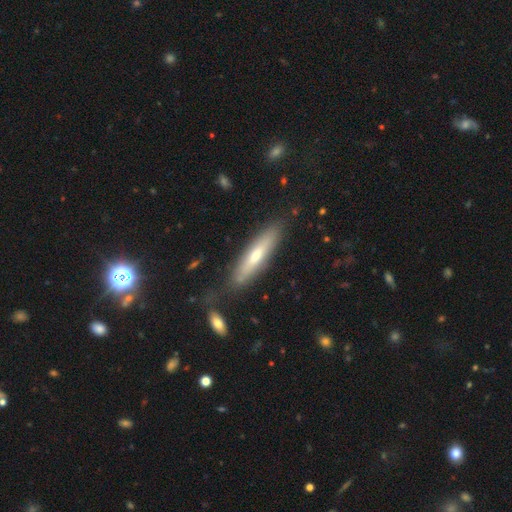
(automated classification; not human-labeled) The model was most divided on "smooth or featured": featured or disk: 47%, smooth: 45%, star or artifact: 8%. More confident: merging — none (80%).